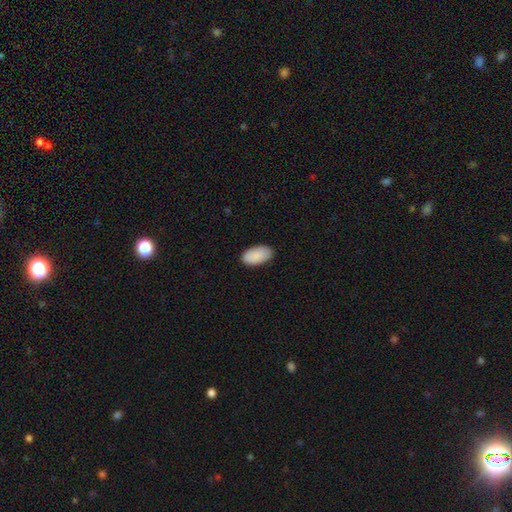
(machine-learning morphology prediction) Smooth or featured? Predicted: smooth (p=0.90). How rounded? Predicted: in between (p=0.96). Merging? Predicted: none (p=0.84).